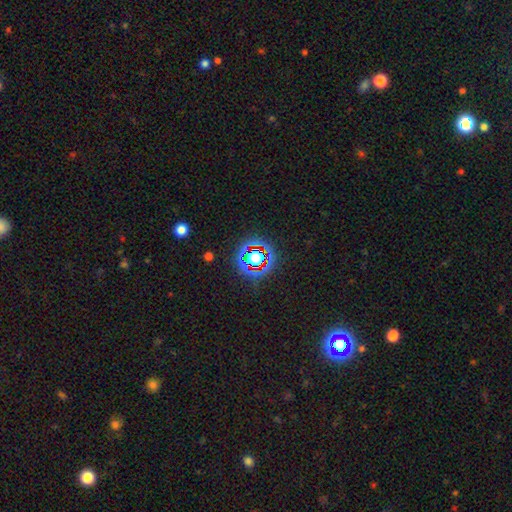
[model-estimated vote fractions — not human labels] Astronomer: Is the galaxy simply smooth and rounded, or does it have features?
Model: star or artifact — 66%.